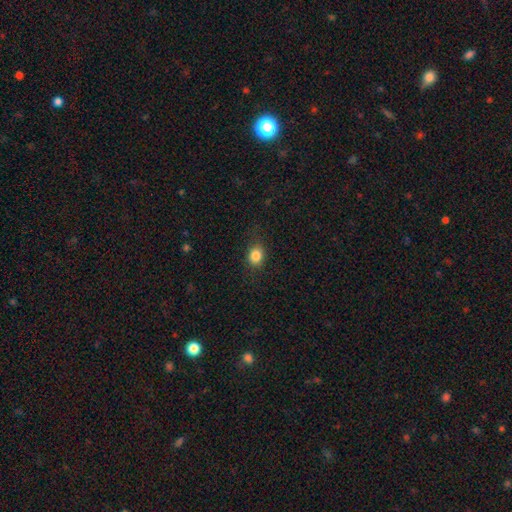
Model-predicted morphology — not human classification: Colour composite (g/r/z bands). It shows a smooth galaxy with no disk features (85%) that is round (58%). Merging: none (84%).